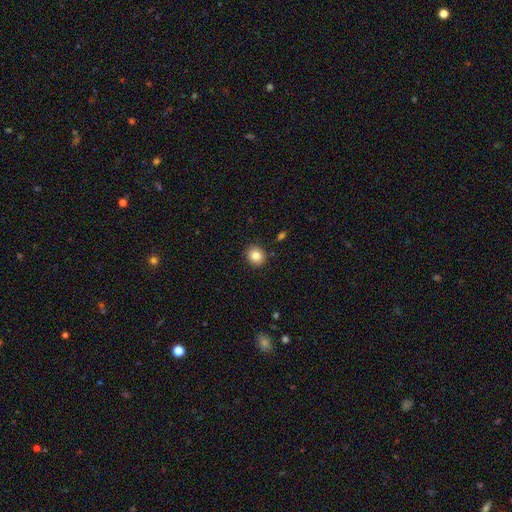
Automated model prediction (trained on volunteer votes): Q: Smooth or featured?
A: smooth (84%); runner-up: star or artifact (10%)
Q: How rounded?
A: round (80%); runner-up: in between (19%)
Q: Merging?
A: none (90%); runner-up: minor disturbance (6%)